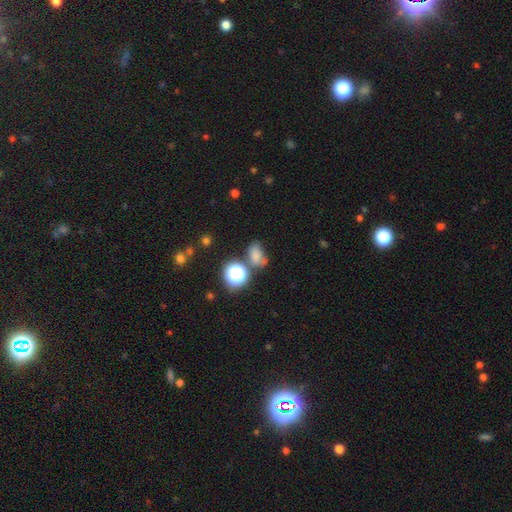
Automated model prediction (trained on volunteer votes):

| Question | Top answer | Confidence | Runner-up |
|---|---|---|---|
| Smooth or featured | smooth | 68% | star or artifact (22%) |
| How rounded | in between | 68% | round (30%) |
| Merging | none | 48% | minor disturbance (23%) |